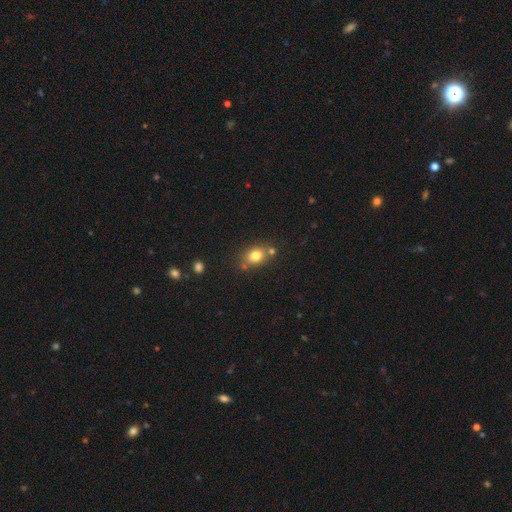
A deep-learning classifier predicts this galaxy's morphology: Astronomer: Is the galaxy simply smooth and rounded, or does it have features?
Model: smooth — 78%.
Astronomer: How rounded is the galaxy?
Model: round — 50% (runner-up: in between, 49%).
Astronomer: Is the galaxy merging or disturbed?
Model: none — 66%.